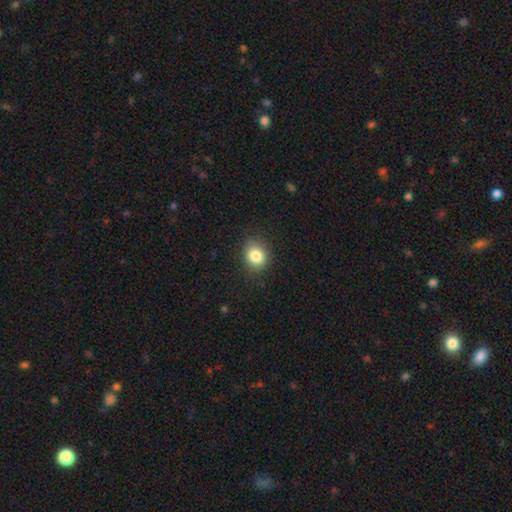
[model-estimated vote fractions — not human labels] Smooth or featured: smooth — 83% (star or artifact — 10%)
How rounded: round — 63% (in between — 36%)
Merging: none — 84% (minor disturbance — 12%)